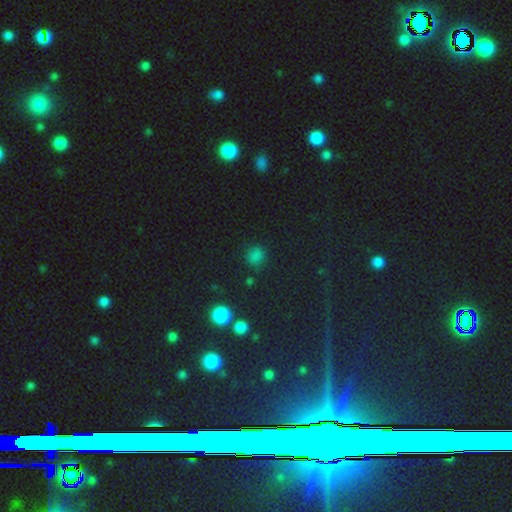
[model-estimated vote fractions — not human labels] A smooth galaxy with no disk features (70%) that is round (78%).

Vote fractions:
- Smooth or featured? smooth: 70% / star or artifact: 25% / featured or disk: 5%
- How rounded? round: 78% / in between: 20% / cigar-shaped: 2%
- Merging? none: 78% / minor disturbance: 13% / major disturbance: 5% / merger: 4%